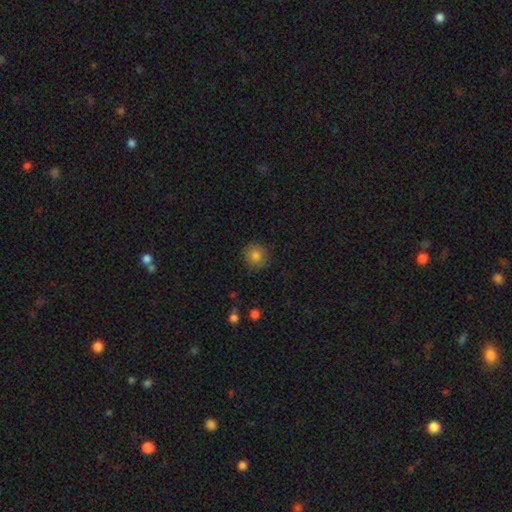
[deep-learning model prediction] Smooth or featured?
  - smooth: 81% *
  - star or artifact: 10%
  - featured or disk: 9%
How rounded?
  - round: 91% *
  - in between: 8%
  - cigar-shaped: 1%
Merging?
  - none: 85% *
  - minor disturbance: 11%
  - major disturbance: 3%
  - merger: 1%